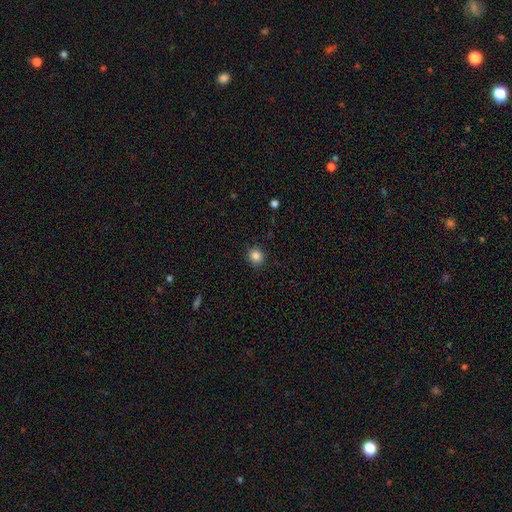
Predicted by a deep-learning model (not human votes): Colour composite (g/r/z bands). It shows a smooth galaxy with no disk features (85%) that is round (89%). Merging: none (90%).